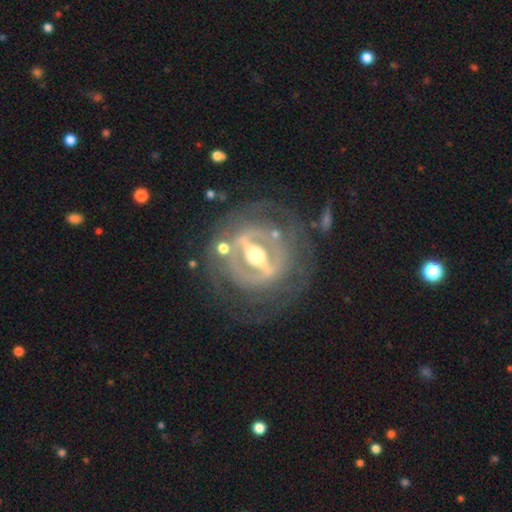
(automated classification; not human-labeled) Smooth or featured?
  - featured or disk: 87% *
  - smooth: 7%
  - star or artifact: 6%
Edge-on disk?
  - no: 87% *
  - yes: 13%
Bar?
  - strong: 78% *
  - weak: 15%
  - no: 7%
Spiral arms?
  - yes: 59% *
  - no: 41%
Bulge size?
  - moderate: 70% *
  - small: 17%
  - large: 10%
  - dominant: 1%
  - none: 1%
Merging?
  - none: 73% *
  - minor disturbance: 13%
  - major disturbance: 10%
  - merger: 3%